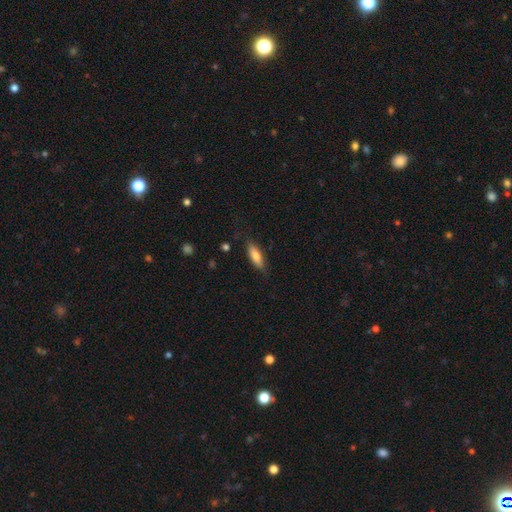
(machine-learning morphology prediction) Smooth or featured: smooth — 77% (featured or disk — 17%)
How rounded: in between — 55% (cigar-shaped — 43%)
Merging: none — 79% (minor disturbance — 16%)